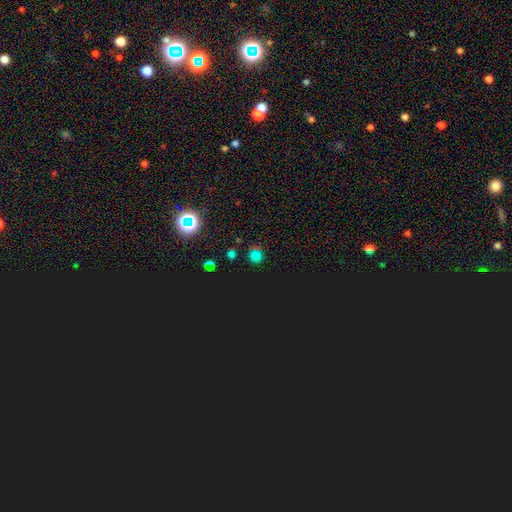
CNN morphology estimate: Smooth or featured?
  - smooth: 54% *
  - star or artifact: 39%
  - featured or disk: 7%
How rounded?
  - round: 89% *
  - in between: 10%
  - cigar-shaped: 1%
Merging?
  - none: 78% *
  - minor disturbance: 13%
  - merger: 5%
  - major disturbance: 5%